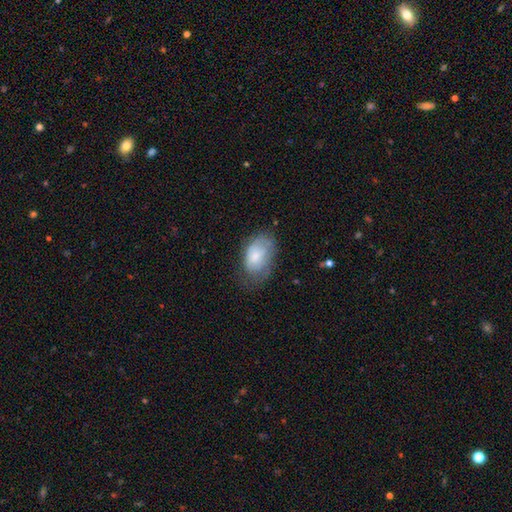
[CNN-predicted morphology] smooth-or-featured: smooth: 69% | featured or disk: 24% | star or artifact: 8%
  how-rounded: in between: 90% | round: 9% | cigar-shaped: 1%
  merging: none: 49% | minor disturbance: 32% | major disturbance: 17% | merger: 2%